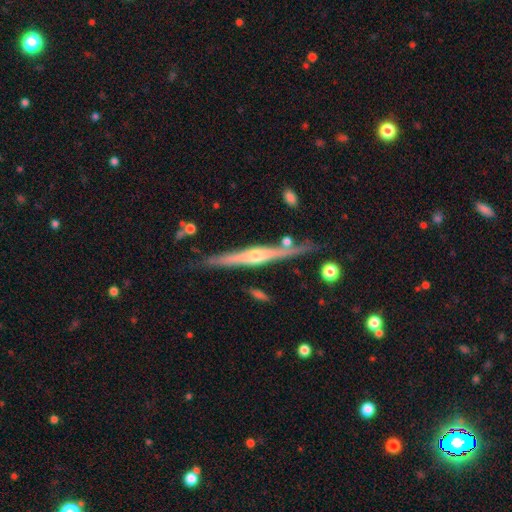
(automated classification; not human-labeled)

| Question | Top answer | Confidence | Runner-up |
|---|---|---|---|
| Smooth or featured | featured or disk | 80% | smooth (14%) |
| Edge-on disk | yes | 97% | no (3%) |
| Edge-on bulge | rounded | 86% | none (8%) |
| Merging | none | 82% | minor disturbance (11%) |